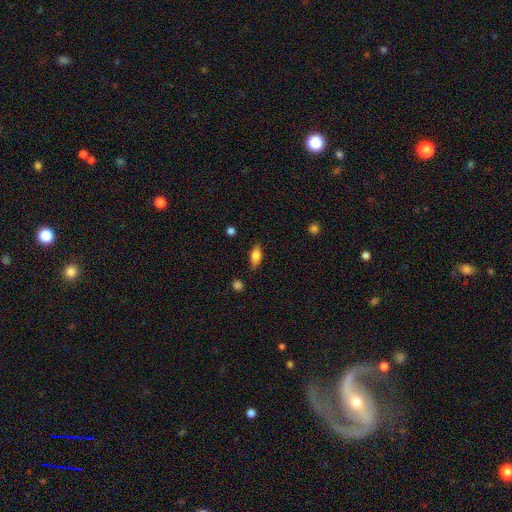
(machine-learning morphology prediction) smooth 76%, featured or disk 17%, star or artifact 8%. Down the decision tree: how rounded — in between (81%); merging — none (82%).